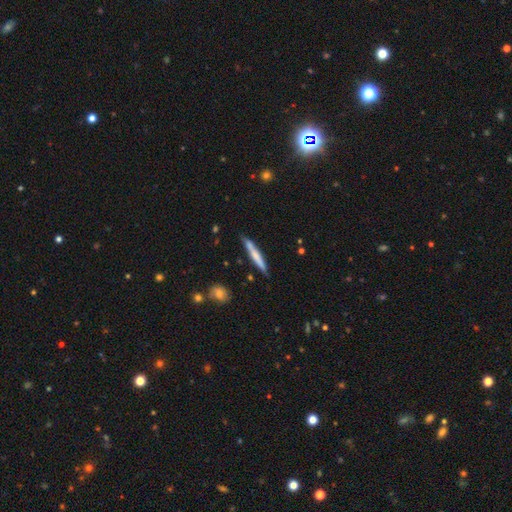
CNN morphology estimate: smooth 58%, featured or disk 36%, star or artifact 5%. Down the decision tree: how rounded — cigar-shaped (95%); merging — none (80%).